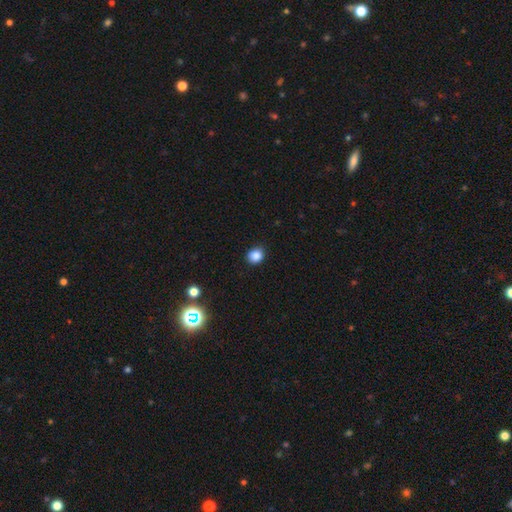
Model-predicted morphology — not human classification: Overall: smooth (86%). How rounded: round (73%). Merging: none (88%).